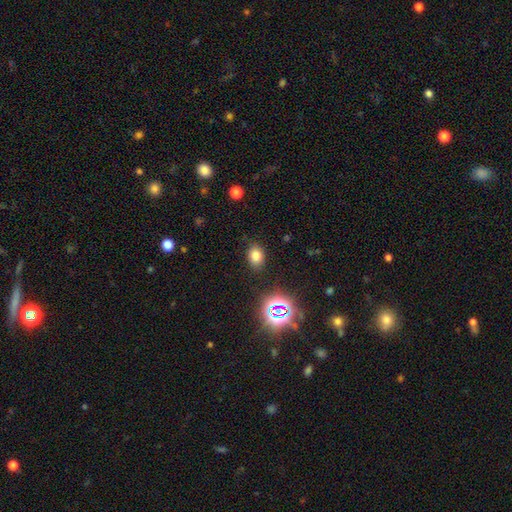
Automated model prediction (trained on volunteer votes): Smooth or featured: smooth — 74% (star or artifact — 18%)
How rounded: in between — 71% (round — 28%)
Merging: none — 85% (minor disturbance — 10%)